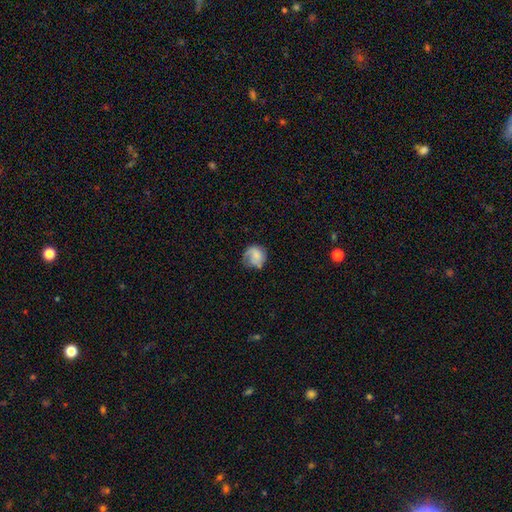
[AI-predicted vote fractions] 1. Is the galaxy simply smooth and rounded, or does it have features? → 63% smooth, 28% featured or disk, 9% star or artifact.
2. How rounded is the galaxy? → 80% round, 19% in between, 1% cigar-shaped.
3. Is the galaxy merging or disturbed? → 51% none, 29% minor disturbance, 17% major disturbance, 3% merger.